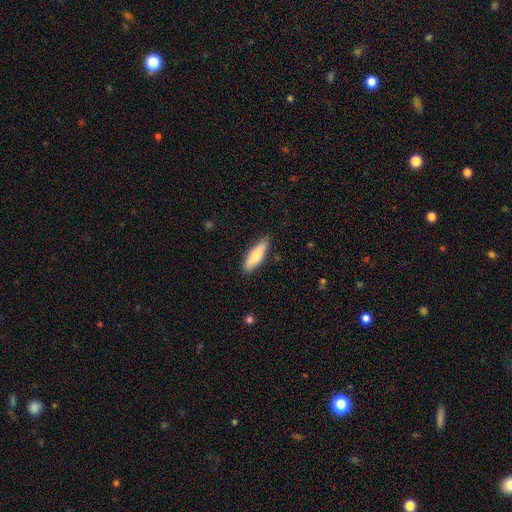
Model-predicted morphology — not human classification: This is likely a smooth galaxy (80%). How rounded: possibly cigar-shaped (50%). Merging: clearly none (85%).